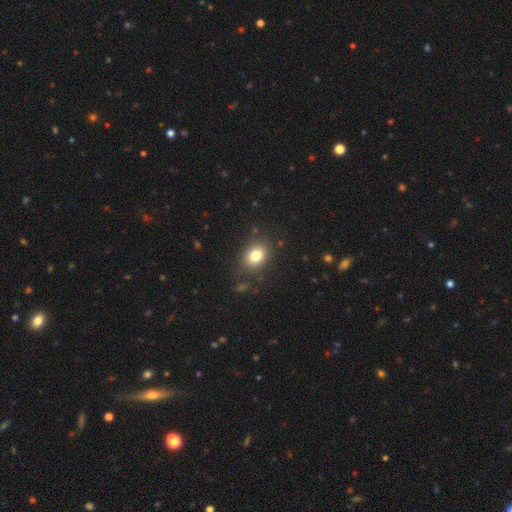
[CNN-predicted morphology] A smooth galaxy with no disk features (80%) that is in between round and cigar-shaped (57%).

Vote fractions:
- Smooth or featured? smooth: 80% / star or artifact: 11% / featured or disk: 9%
- How rounded? in between: 57% / round: 42% / cigar-shaped: 1%
- Merging? none: 83% / minor disturbance: 11% / major disturbance: 4% / merger: 2%